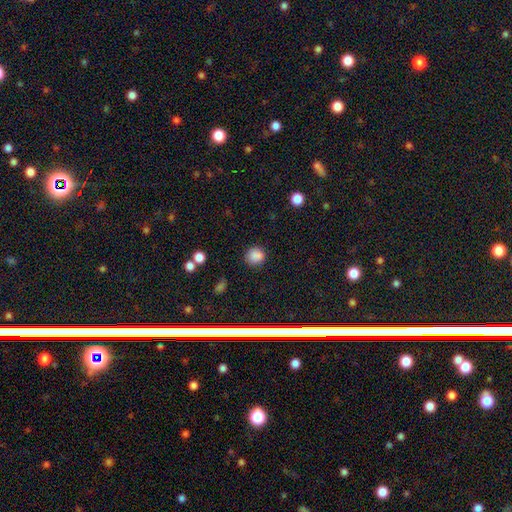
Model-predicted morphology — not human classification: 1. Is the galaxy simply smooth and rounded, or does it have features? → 82% smooth, 13% star or artifact, 4% featured or disk.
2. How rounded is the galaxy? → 89% round, 10% in between, 1% cigar-shaped.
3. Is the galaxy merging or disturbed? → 87% none, 9% minor disturbance, 3% major disturbance, 2% merger.